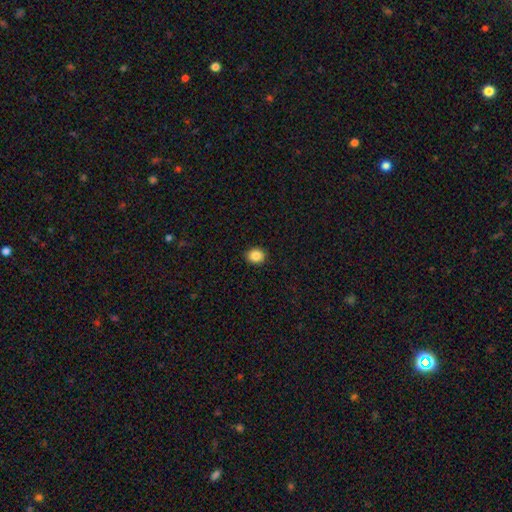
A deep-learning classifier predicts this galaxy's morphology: Overall: smooth (87%). How rounded: round (72%). Merging: none (92%).